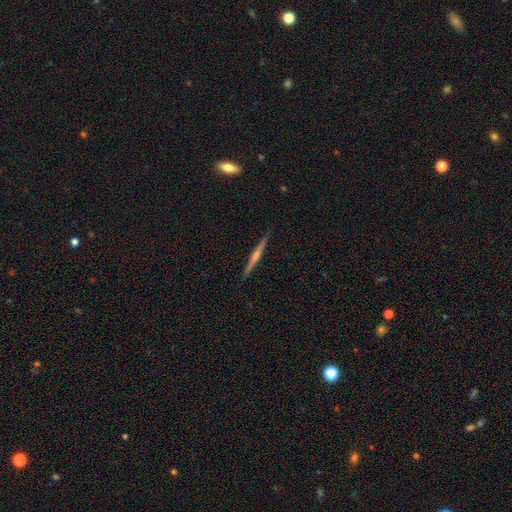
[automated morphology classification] smooth_or_featured: featured or disk (p=0.78) [alt: smooth p=0.17]
disk_edge_on: yes (p=0.98) [alt: no p=0.02]
edge_on_bulge: rounded (p=0.79) [alt: none p=0.13]
merging: none (p=0.92) [alt: minor disturbance p=0.06]